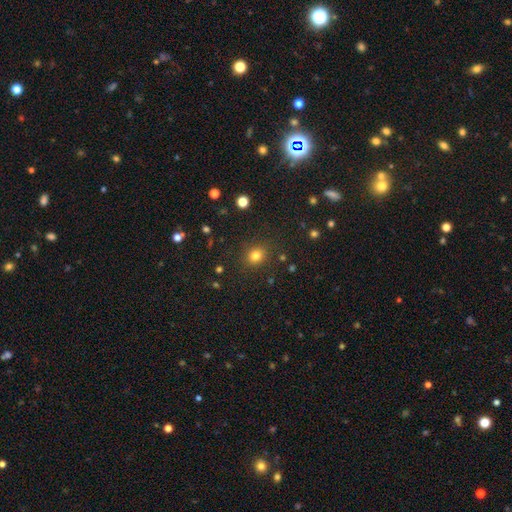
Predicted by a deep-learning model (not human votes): Smooth or featured? smooth (80%)
How rounded? round (68%)
Merging? none (86%)